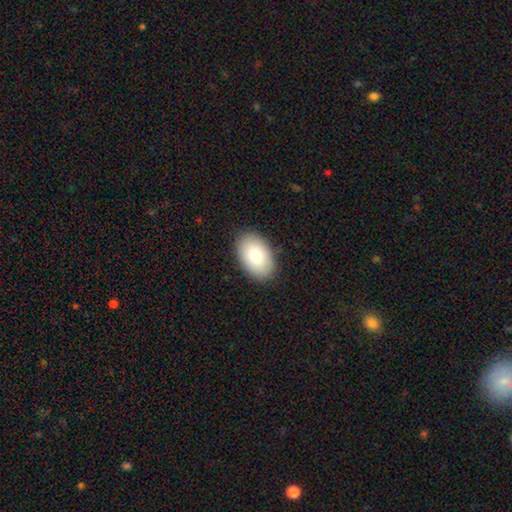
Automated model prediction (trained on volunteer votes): Smooth or featured? Predicted: smooth (p=0.80). How rounded? Predicted: in between (p=0.90). Merging? Predicted: none (p=0.88).